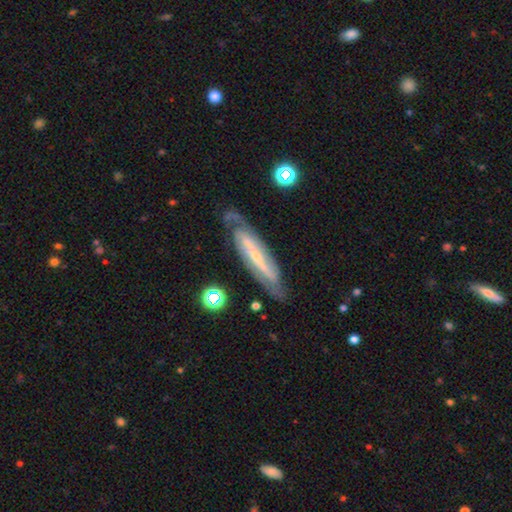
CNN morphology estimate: A featured or disk galaxy (83%) with a strong bar (45%), 2 (72%) tight (46%) spiral arms (93%) and a small central bulge (77%). Merging: none (73%).